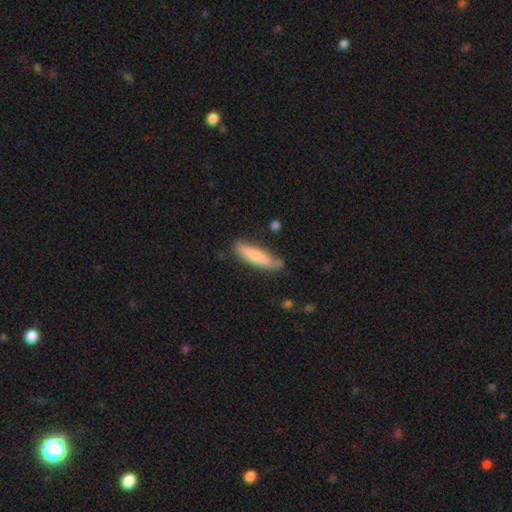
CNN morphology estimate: Smooth or featured? Predicted: smooth (p=0.74). How rounded? Predicted: cigar-shaped (p=0.79). Merging? Predicted: none (p=0.75).